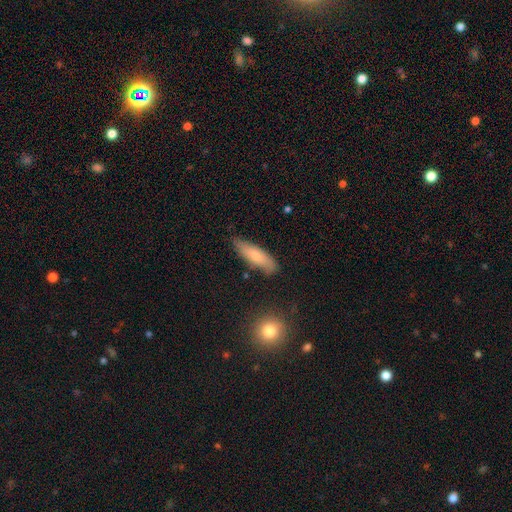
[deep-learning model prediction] smooth 72%, featured or disk 22%, star or artifact 6%. Down the decision tree: how rounded — cigar-shaped (56%); merging — none (75%).